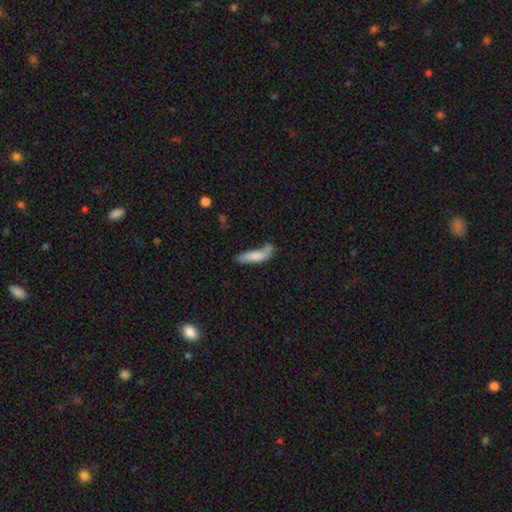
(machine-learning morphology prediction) Smooth or featured? Predicted: smooth (p=0.75). How rounded? Predicted: cigar-shaped (p=0.66). Merging? Predicted: none (p=0.46).